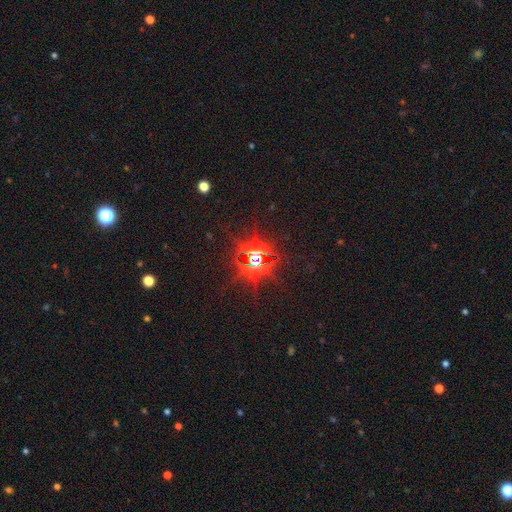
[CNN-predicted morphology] smooth_or_featured: star or artifact (p=0.84) [alt: featured or disk p=0.08]